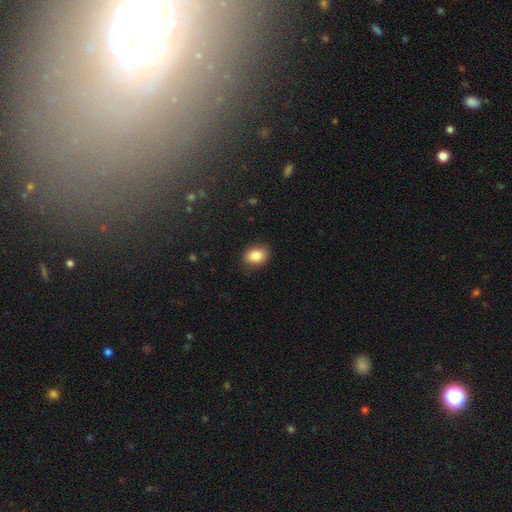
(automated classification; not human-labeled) Smooth or featured? smooth (86%)
How rounded? in between (76%)
Merging? none (86%)